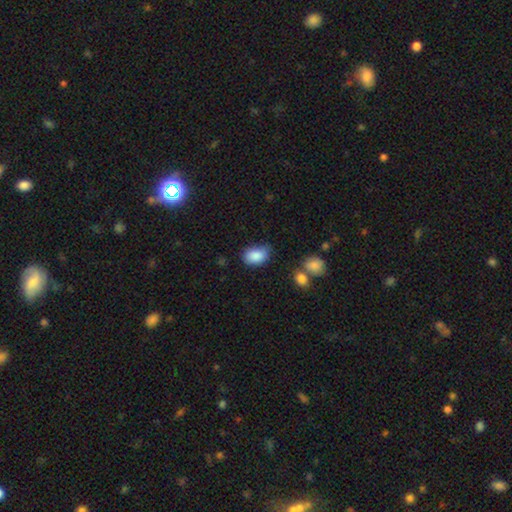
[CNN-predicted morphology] smooth 87%, star or artifact 8%, featured or disk 6%. Down the decision tree: how rounded — in between (85%); merging — none (58%).